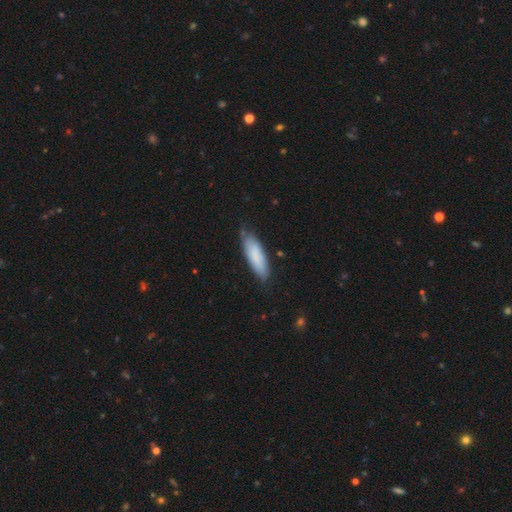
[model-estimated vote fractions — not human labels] Overall: smooth (82%). How rounded: in between (53%; cigar-shaped 45%). Merging: none (72%).